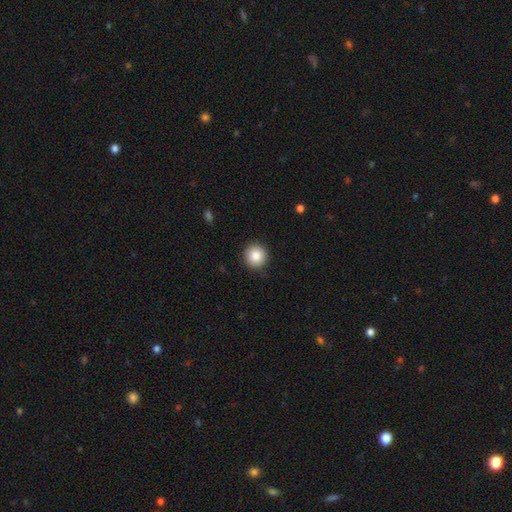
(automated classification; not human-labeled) smooth-or-featured: smooth: 85% | star or artifact: 9% | featured or disk: 6%
  how-rounded: round: 95% | in between: 4% | cigar-shaped: 1%
  merging: none: 92% | minor disturbance: 6% | major disturbance: 2% | merger: 1%